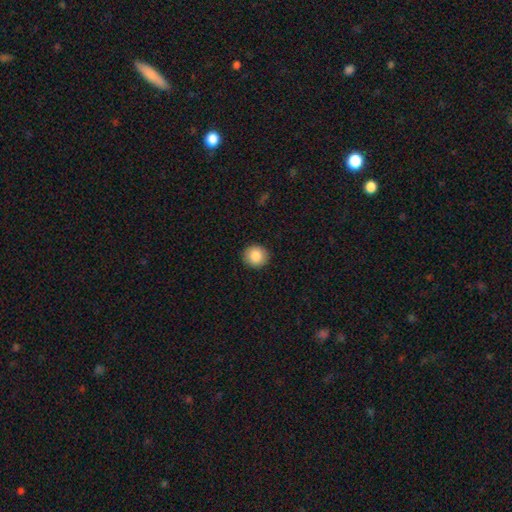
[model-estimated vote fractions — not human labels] smooth 87%, star or artifact 8%, featured or disk 5%. Down the decision tree: how rounded — round (91%); merging — none (92%).